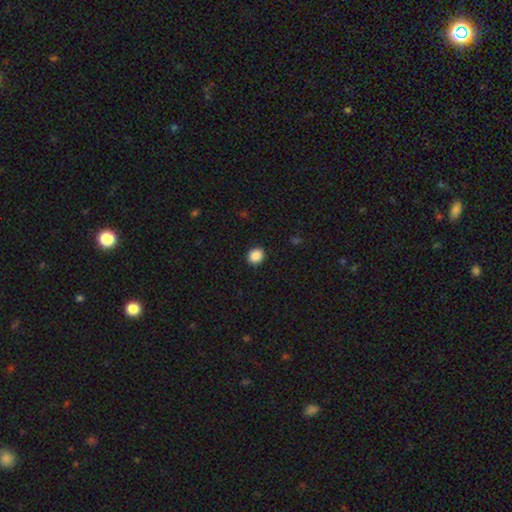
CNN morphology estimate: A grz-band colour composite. It shows a smooth galaxy with no disk features (89%) that is round (66%). Merging: none (92%).